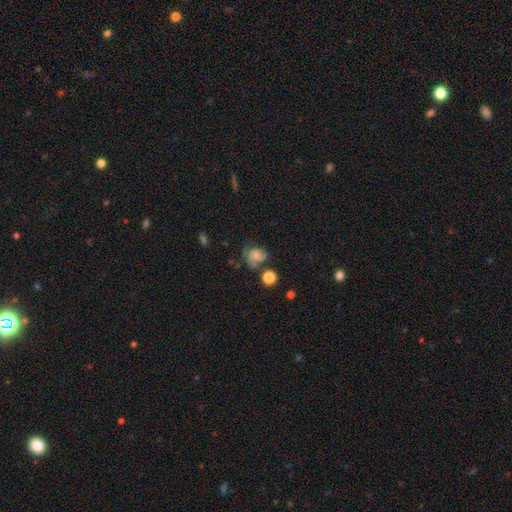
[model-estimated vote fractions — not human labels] featured or disk 45%, smooth 42%, star or artifact 13%. Down the decision tree: merging — none (42%).